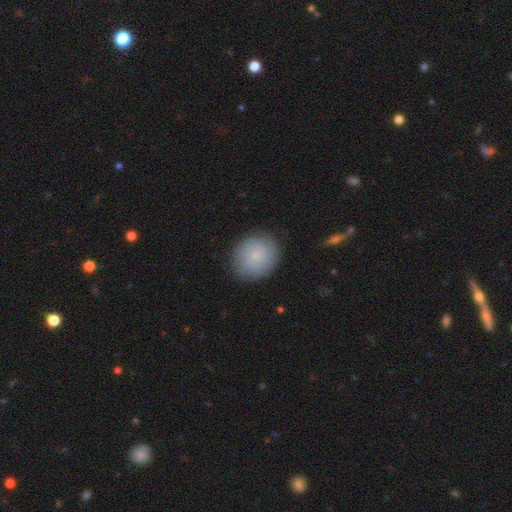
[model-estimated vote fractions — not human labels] smooth-or-featured: smooth: 62% | featured or disk: 31% | star or artifact: 7%
  how-rounded: round: 80% | in between: 18% | cigar-shaped: 1%
  merging: none: 84% | minor disturbance: 12% | major disturbance: 3% | merger: 1%